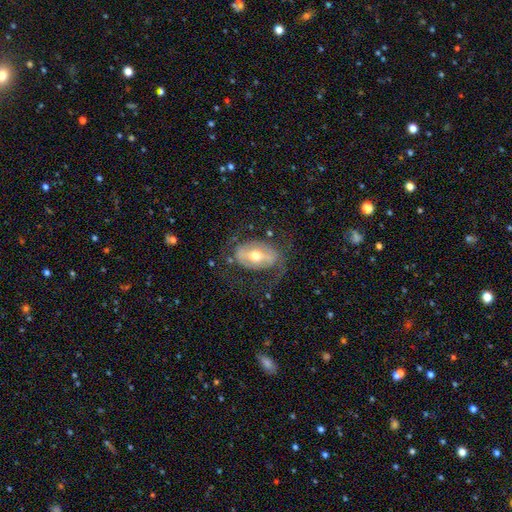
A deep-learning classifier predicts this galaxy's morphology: type=featured or disk (75%); edge-on=no (93%); bar=strong (46%); spiral arms=yes (75%); winding=medium (41%); arm count=2 (71%); bulge=moderate (68%); merging=none (57%).